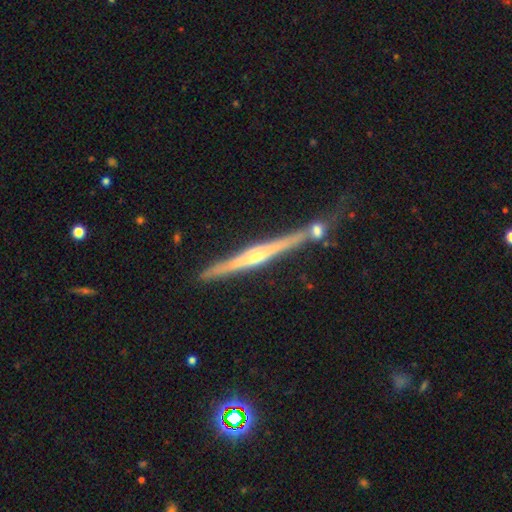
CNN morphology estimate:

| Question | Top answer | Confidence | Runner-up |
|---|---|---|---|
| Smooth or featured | featured or disk | 80% | smooth (14%) |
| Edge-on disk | yes | 98% | no (2%) |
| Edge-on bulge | rounded | 73% | none (18%) |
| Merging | none | 75% | minor disturbance (11%) |